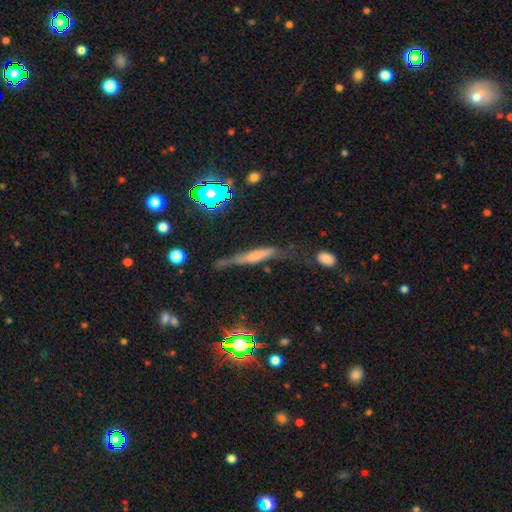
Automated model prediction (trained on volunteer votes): Smooth or featured? featured or disk (49%)
Merging? none (50%)